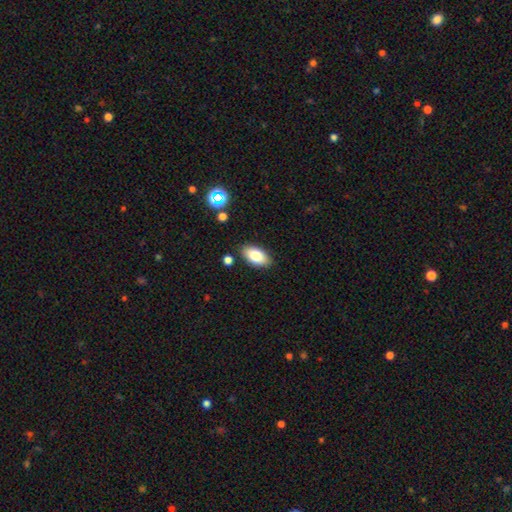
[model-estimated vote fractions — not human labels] Smooth or featured? smooth (82%)
How rounded? in between (93%)
Merging? none (86%)